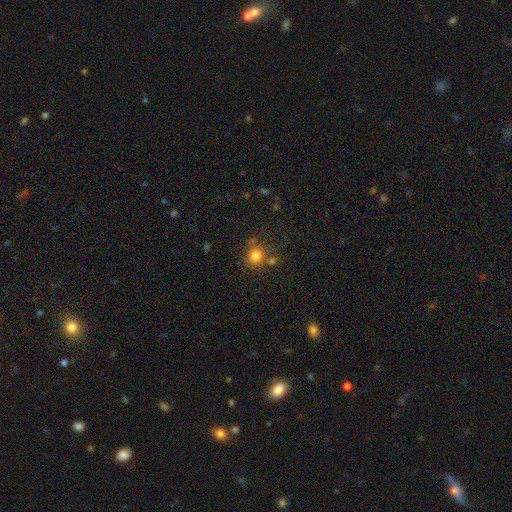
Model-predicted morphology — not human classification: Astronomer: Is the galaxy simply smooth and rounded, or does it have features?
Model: smooth — 80%.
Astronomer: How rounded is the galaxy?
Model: round — 87%.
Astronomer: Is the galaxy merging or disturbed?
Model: none — 69%.